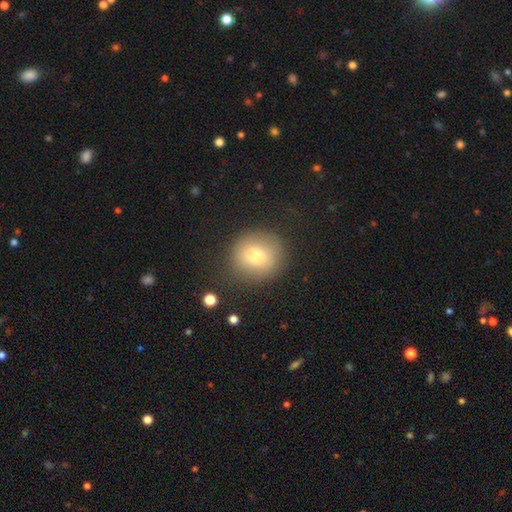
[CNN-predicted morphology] smooth-or-featured: smooth: 74% | featured or disk: 16% | star or artifact: 11%
  how-rounded: round: 83% | in between: 16% | cigar-shaped: 1%
  merging: none: 77% | minor disturbance: 15% | major disturbance: 5% | merger: 2%